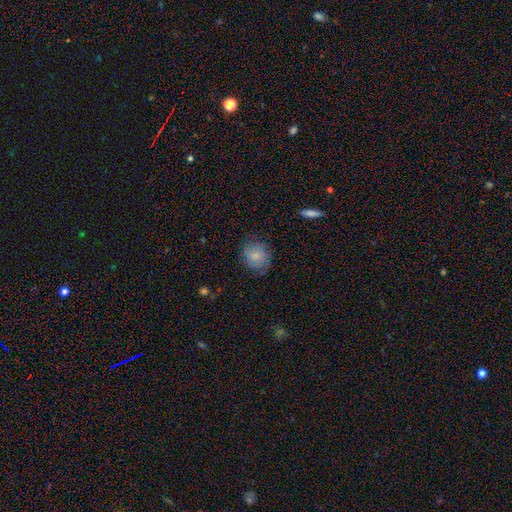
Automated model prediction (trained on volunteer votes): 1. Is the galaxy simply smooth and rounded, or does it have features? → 80% smooth, 13% featured or disk, 8% star or artifact.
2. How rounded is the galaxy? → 74% round, 24% in between, 1% cigar-shaped.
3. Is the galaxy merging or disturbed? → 76% none, 18% minor disturbance, 5% major disturbance, 1% merger.